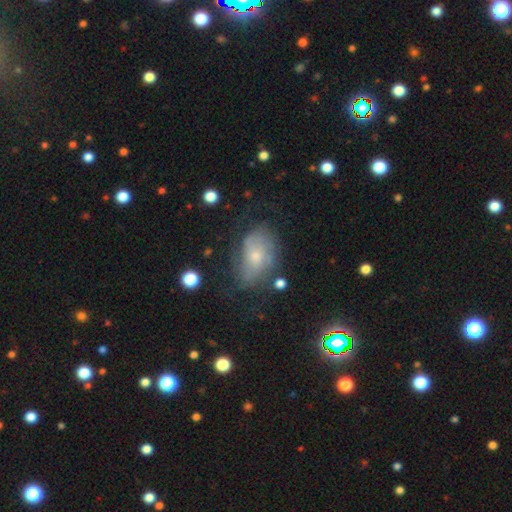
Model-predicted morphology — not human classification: A featured or disk galaxy (45%). Merging: none (50%).